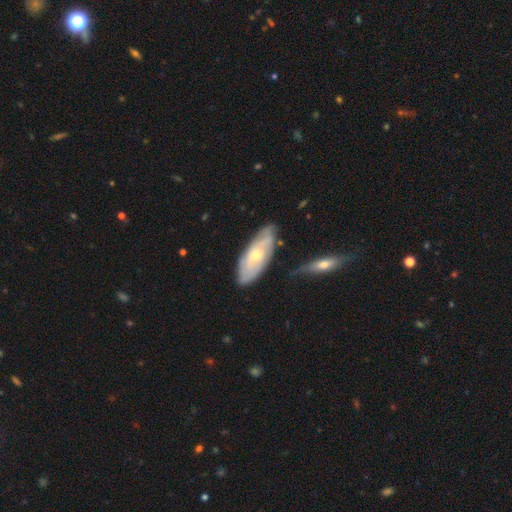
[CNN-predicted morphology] Q: Smooth or featured?
A: featured or disk (58%); runner-up: smooth (36%)
Q: Edge-on disk?
A: no (84%); runner-up: yes (16%)
Q: Merging?
A: none (71%); runner-up: minor disturbance (20%)